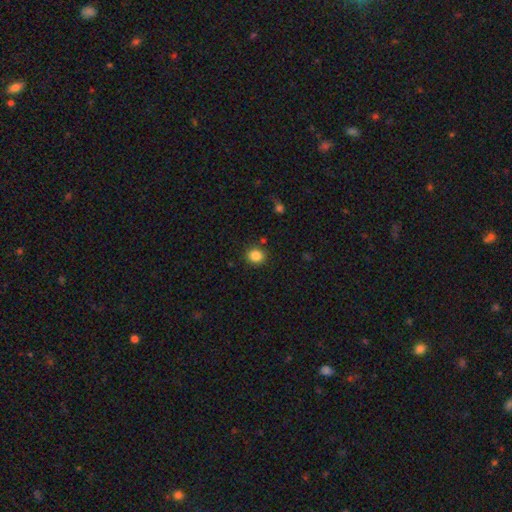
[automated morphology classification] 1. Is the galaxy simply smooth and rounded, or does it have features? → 85% smooth, 11% star or artifact, 4% featured or disk.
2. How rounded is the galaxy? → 84% round, 15% in between, 1% cigar-shaped.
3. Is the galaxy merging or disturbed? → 87% none, 8% minor disturbance, 3% merger, 2% major disturbance.